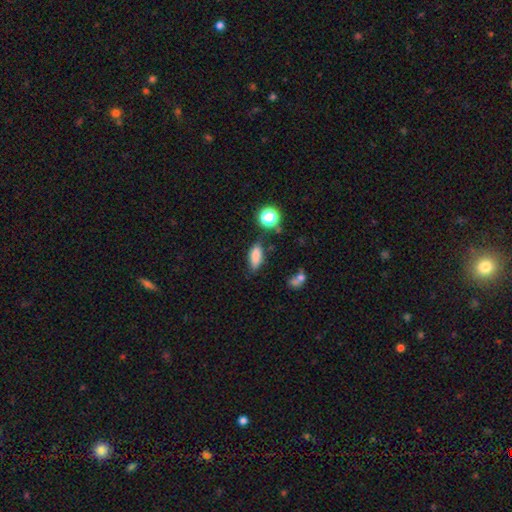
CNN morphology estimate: Smooth or featured? Predicted: smooth (p=0.79). How rounded? Predicted: in between (p=0.71). Merging? Predicted: none (p=0.72).